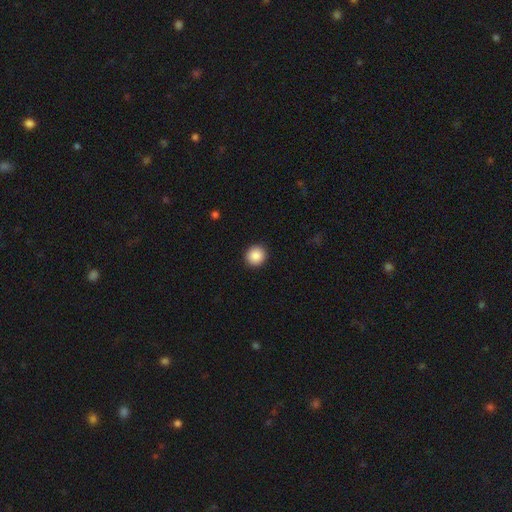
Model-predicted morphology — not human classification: This is clearly a smooth galaxy (88%). How rounded: clearly round (92%). Merging: clearly none (93%).